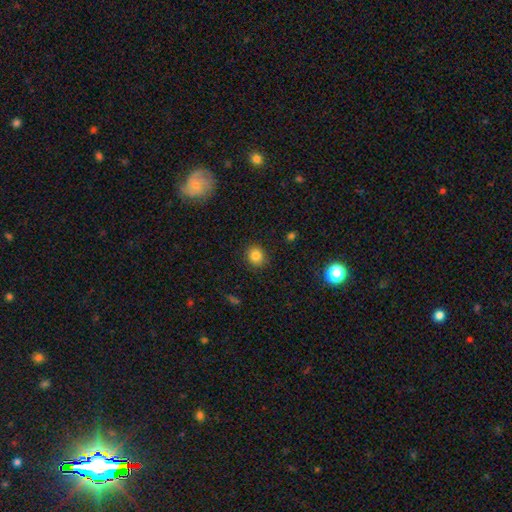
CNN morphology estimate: type=smooth (83%); roundness=round (79%); merging=none (89%).